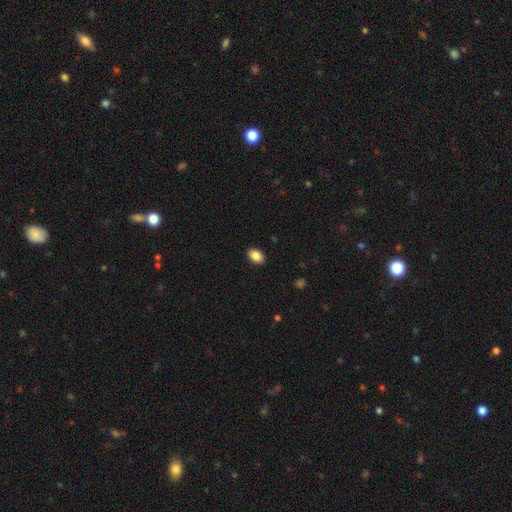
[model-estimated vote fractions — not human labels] Smooth or featured: smooth — 87% (star or artifact — 8%)
How rounded: in between — 87% (round — 11%)
Merging: none — 90% (minor disturbance — 7%)